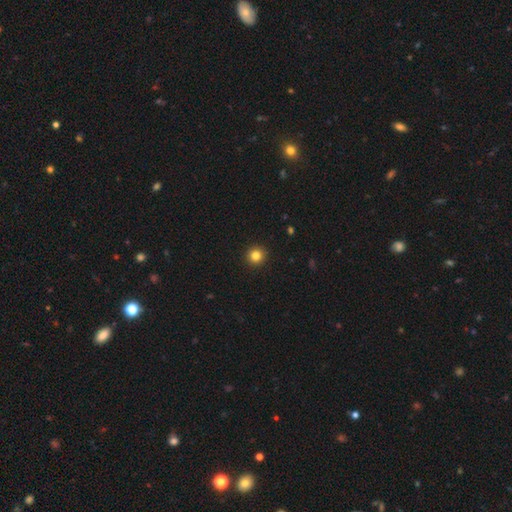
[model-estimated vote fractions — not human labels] Smooth or featured? smooth (83%)
How rounded? round (95%)
Merging? none (94%)